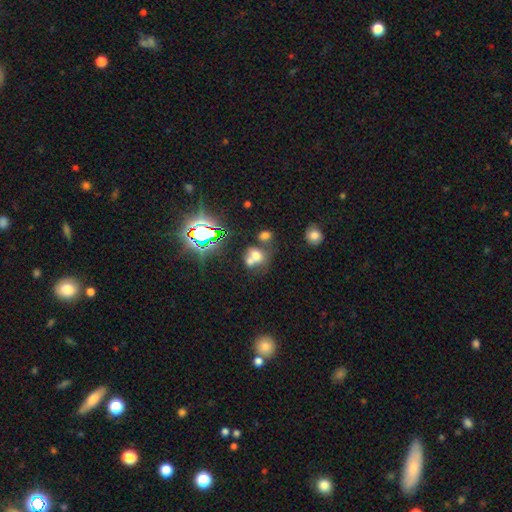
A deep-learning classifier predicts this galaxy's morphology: Smooth or featured? smooth (60%)
How rounded? round (59%)
Merging? merger (52%)